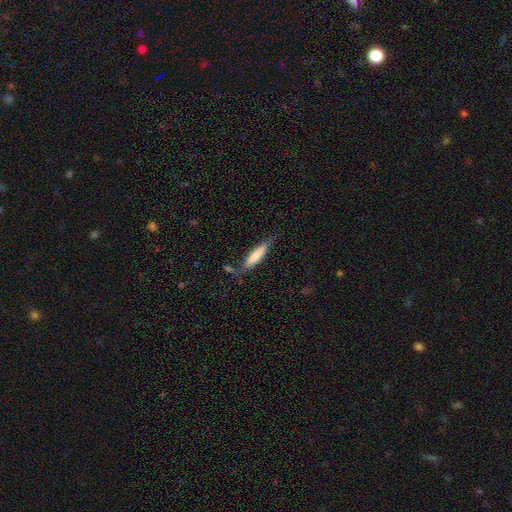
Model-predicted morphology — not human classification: Smooth or featured: smooth — 69% (featured or disk — 25%)
How rounded: cigar-shaped — 78% (in between — 21%)
Merging: none — 65% (minor disturbance — 22%)